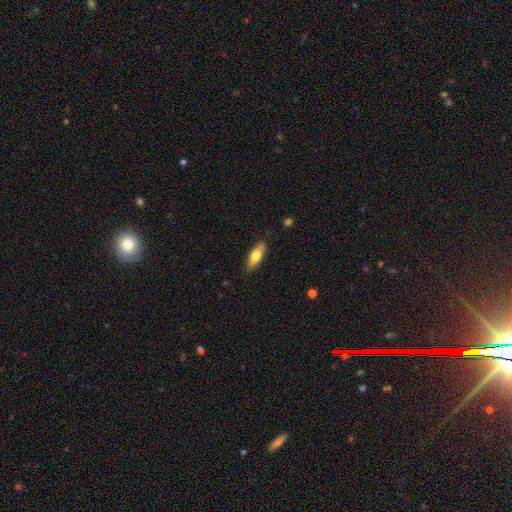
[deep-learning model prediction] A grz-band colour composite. It shows a smooth galaxy with no disk features (67%) that is in between round and cigar-shaped (55%). Merging: none (83%).